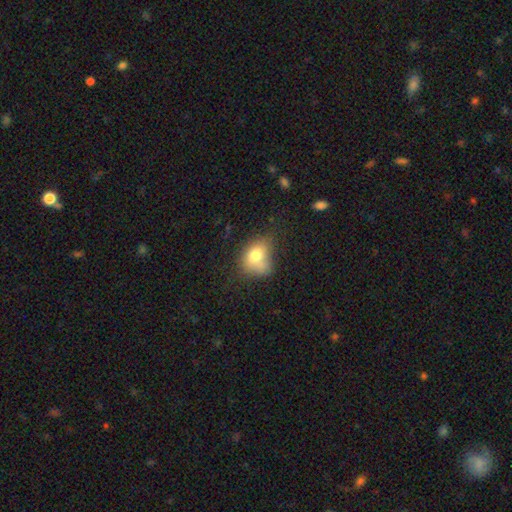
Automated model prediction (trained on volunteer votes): A smooth galaxy with no disk features (74%) that is in between round and cigar-shaped (66%). Merging: none (38%).